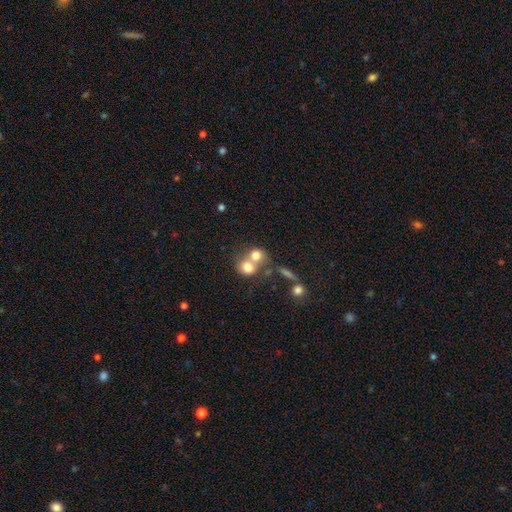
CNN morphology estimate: The model was most divided on "merging": merger: 64%, none: 27%, minor disturbance: 5%, major disturbance: 4%. More confident: how rounded — round (76%); smooth or featured — smooth (72%).